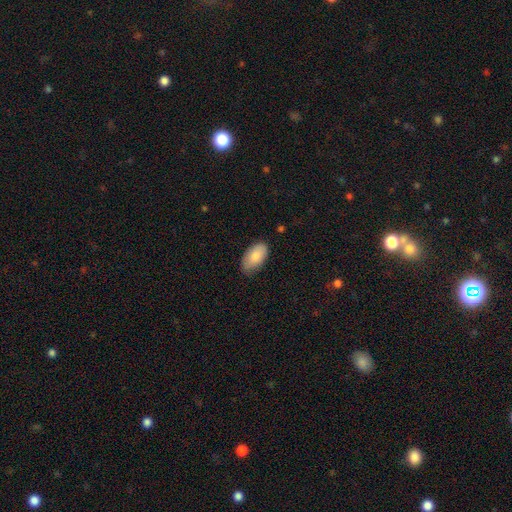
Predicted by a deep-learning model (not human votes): Smooth or featured? smooth (84%)
How rounded? in between (95%)
Merging? none (76%)